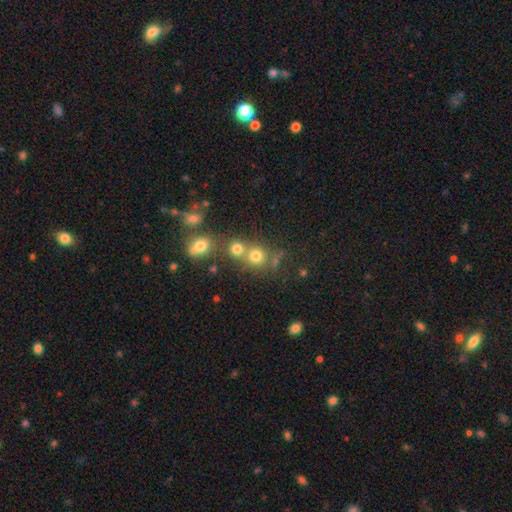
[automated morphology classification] smooth_or_featured: smooth (p=0.73) [alt: star or artifact p=0.18]
how_rounded: round (p=0.87) [alt: in between p=0.12]
merging: none (p=0.53) [alt: merger p=0.36]